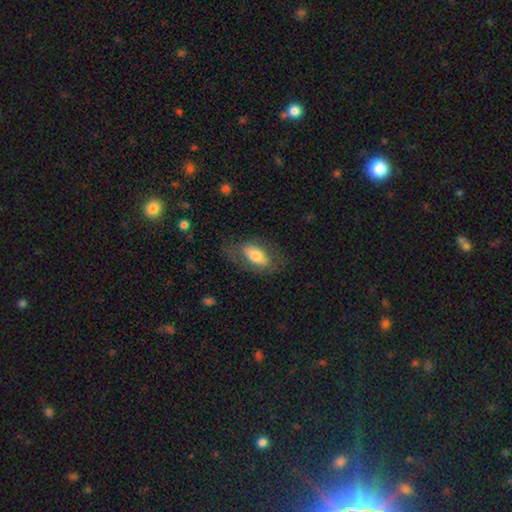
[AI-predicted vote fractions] The model was most divided on "smooth or featured": smooth: 63%, featured or disk: 31%, star or artifact: 6%. More confident: how rounded — in between (87%); merging — none (65%).